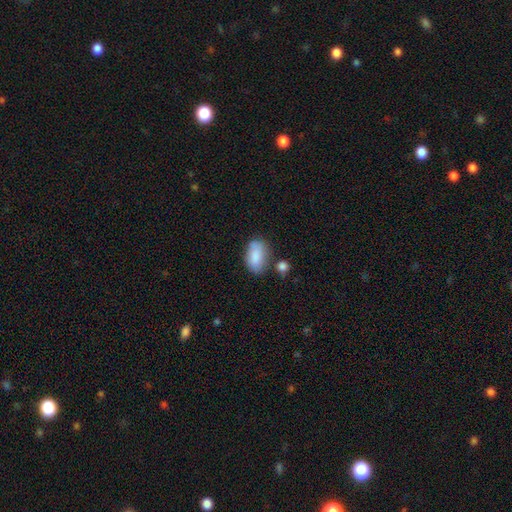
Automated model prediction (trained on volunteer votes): Smooth or featured? smooth (84%)
How rounded? in between (92%)
Merging? none (61%)